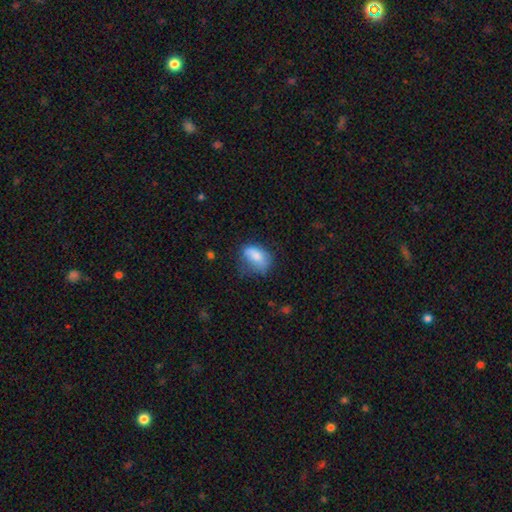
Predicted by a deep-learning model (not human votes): Morphology: type=smooth (75%); roundness=in between (84%); merging=none (44%).